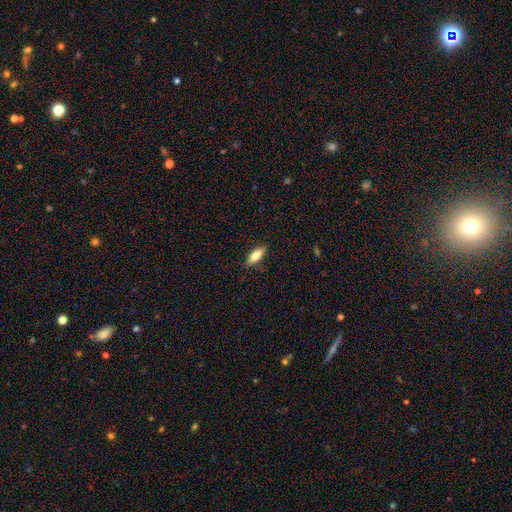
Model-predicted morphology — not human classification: A smooth galaxy with no disk features (67%) that is in between round and cigar-shaped (65%). Merging: none (86%).